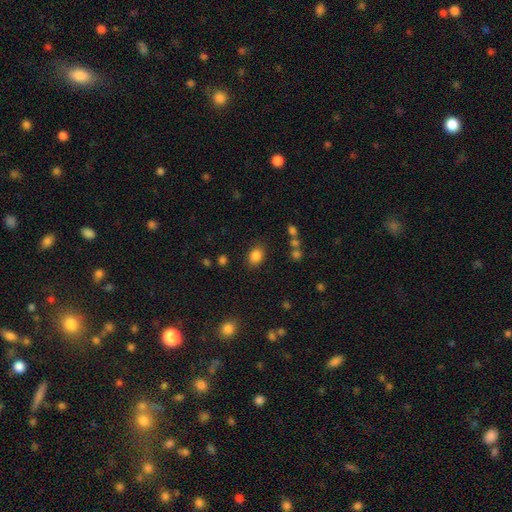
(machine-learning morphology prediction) A smooth galaxy with no disk features (84%) that is in between round and cigar-shaped (62%).

Vote fractions:
- Smooth or featured? smooth: 84% / star or artifact: 11% / featured or disk: 5%
- How rounded? in between: 62% / round: 36% / cigar-shaped: 1%
- Merging? none: 82% / minor disturbance: 11% / major disturbance: 4% / merger: 3%